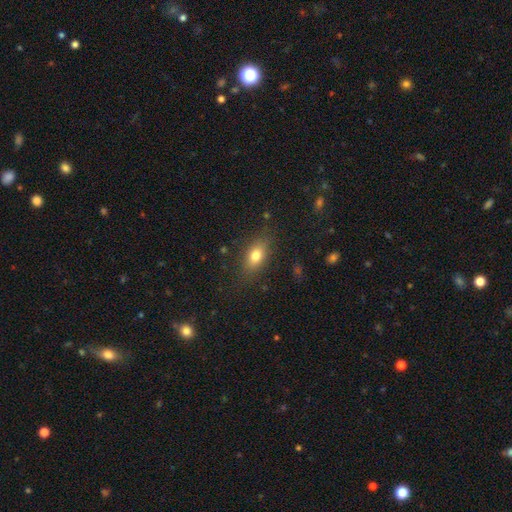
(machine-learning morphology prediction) Smooth or featured? smooth (76%)
How rounded? in between (78%)
Merging? none (82%)